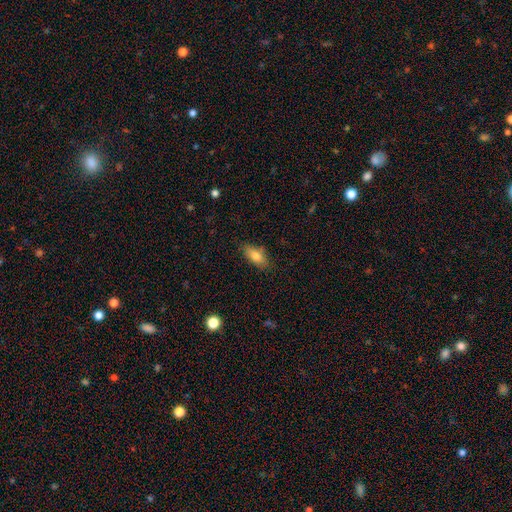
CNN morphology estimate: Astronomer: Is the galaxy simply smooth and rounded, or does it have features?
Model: smooth — 77%.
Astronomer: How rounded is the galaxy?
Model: in between — 77%.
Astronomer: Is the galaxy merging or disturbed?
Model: none — 82%.